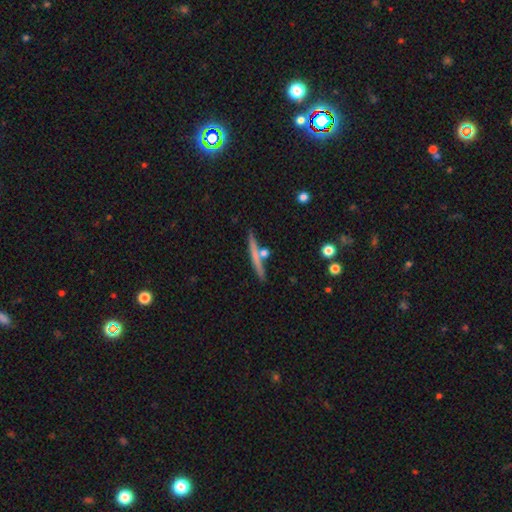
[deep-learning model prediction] smooth 51%, featured or disk 42%, star or artifact 7%. Down the decision tree: how rounded — cigar-shaped (93%); merging — none (79%).